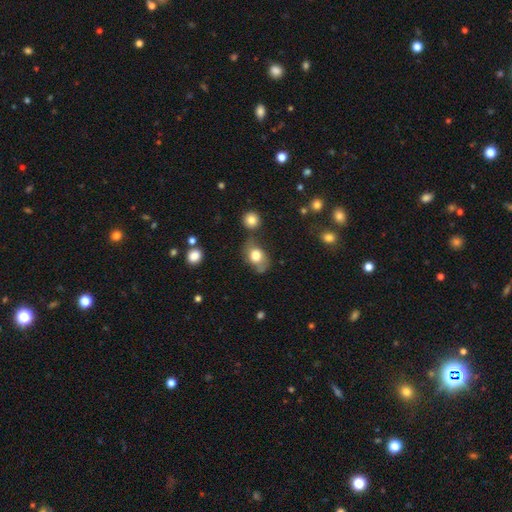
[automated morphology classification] This appears to be a smooth galaxy with no disk features (72%) that is in between round and cigar-shaped (71%). Merging: none (56%).